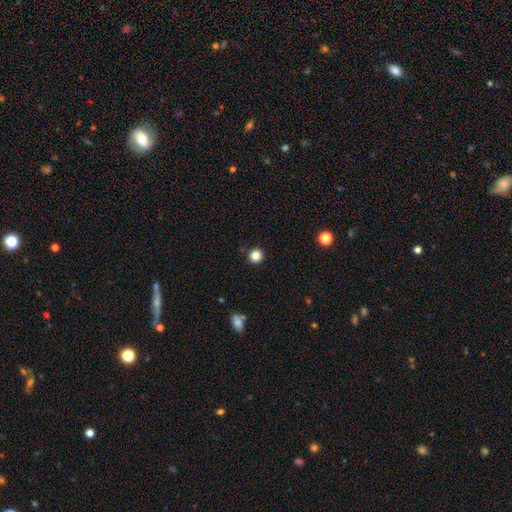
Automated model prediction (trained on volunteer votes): A smooth galaxy with no disk features (84%) that is round (95%).

Vote fractions:
- Smooth or featured? smooth: 84% / star or artifact: 12% / featured or disk: 4%
- How rounded? round: 95% / in between: 4% / cigar-shaped: 1%
- Merging? none: 92% / minor disturbance: 5% / major disturbance: 2% / merger: 1%